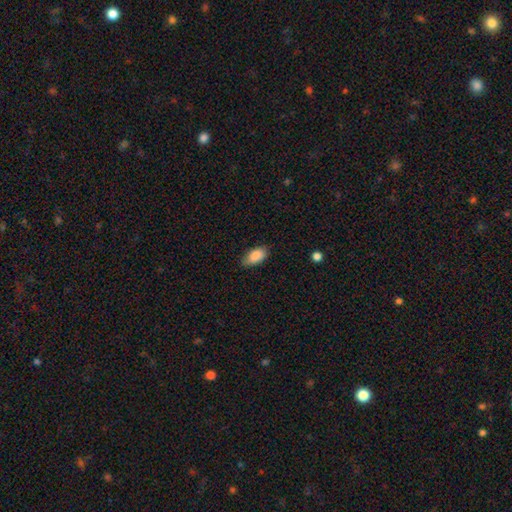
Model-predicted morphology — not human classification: type=smooth (88%); roundness=in between (92%); merging=none (77%).